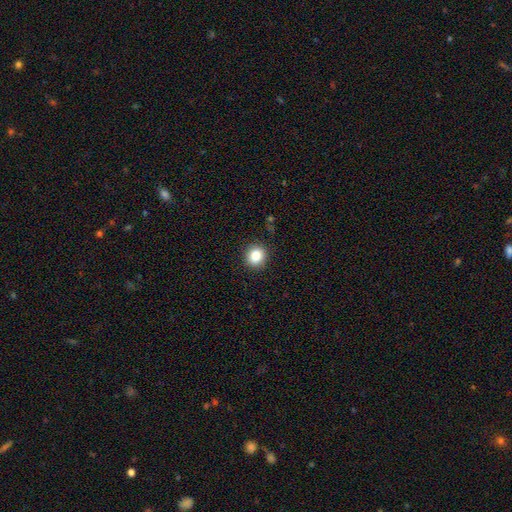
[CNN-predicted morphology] Smooth or featured?
  - smooth: 84% *
  - star or artifact: 10%
  - featured or disk: 5%
How rounded?
  - round: 84% *
  - in between: 15%
  - cigar-shaped: 1%
Merging?
  - none: 90% *
  - minor disturbance: 7%
  - major disturbance: 2%
  - merger: 1%